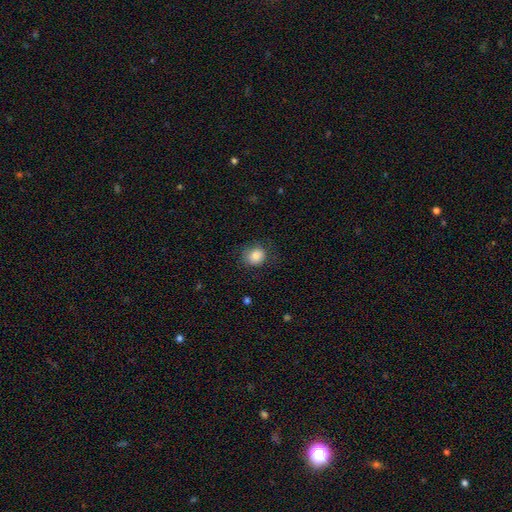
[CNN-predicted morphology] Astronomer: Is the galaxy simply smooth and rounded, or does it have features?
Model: smooth — 85%.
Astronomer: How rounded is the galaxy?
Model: round — 75%.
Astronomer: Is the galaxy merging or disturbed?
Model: none — 76%.